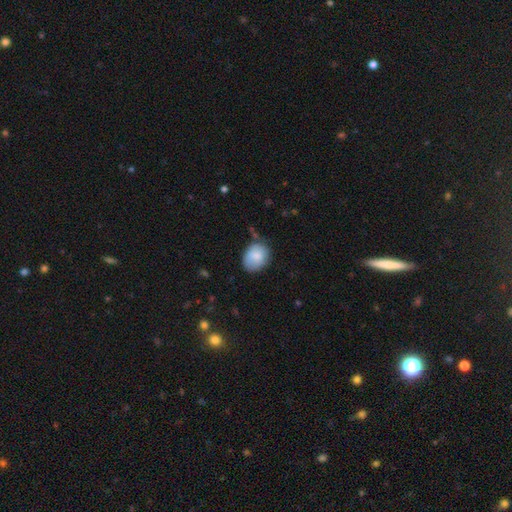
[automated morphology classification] Q: Smooth or featured?
A: smooth (83%); runner-up: featured or disk (10%)
Q: How rounded?
A: in between (56%); runner-up: round (43%)
Q: Merging?
A: none (65%); runner-up: minor disturbance (26%)